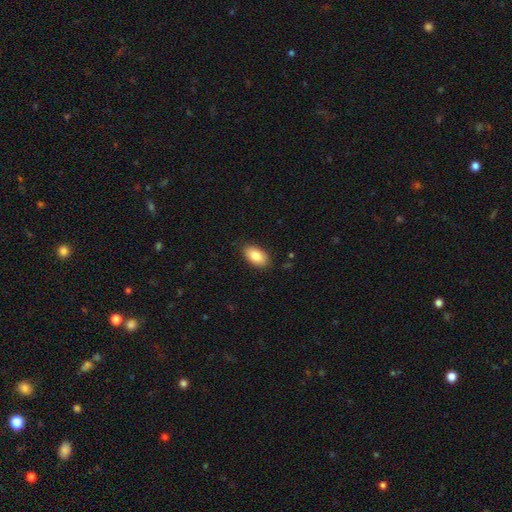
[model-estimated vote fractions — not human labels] Smooth or featured? smooth (86%)
How rounded? in between (93%)
Merging? none (86%)